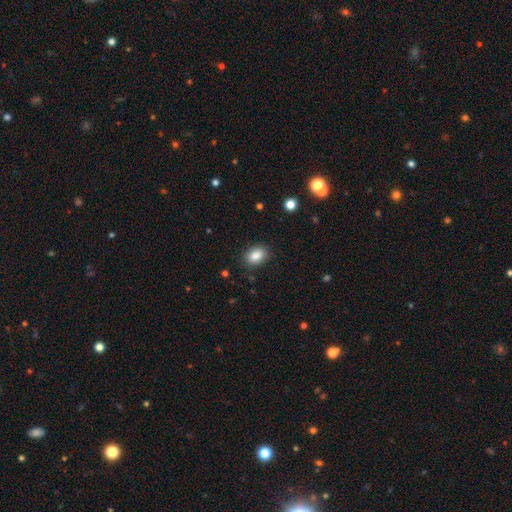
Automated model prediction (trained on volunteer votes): The model was most divided on "how rounded": in between: 78%, round: 20%, cigar-shaped: 1%. More confident: smooth or featured — smooth (87%); merging — none (87%).